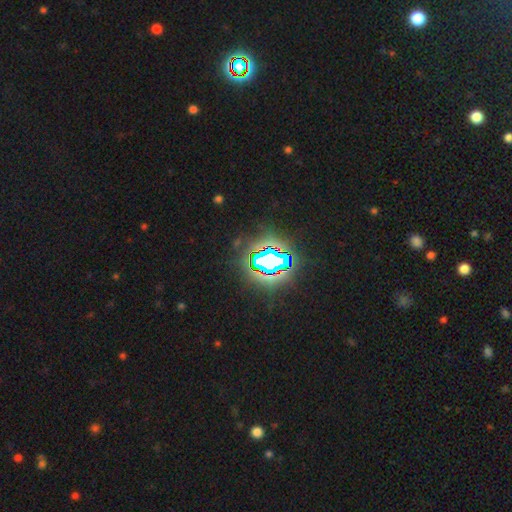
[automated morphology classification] Q: Smooth or featured?
A: star or artifact (83%); runner-up: smooth (10%)